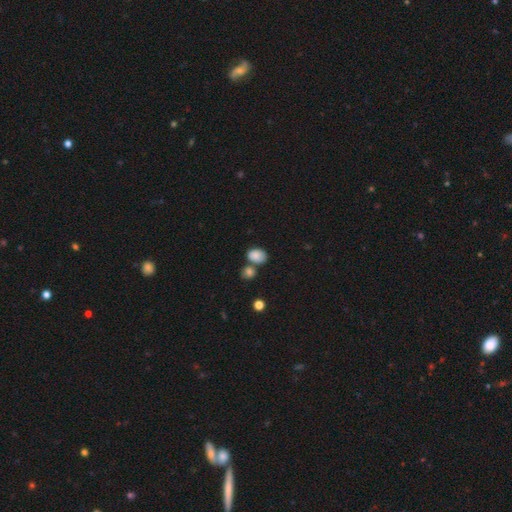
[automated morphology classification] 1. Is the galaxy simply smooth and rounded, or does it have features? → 84% smooth, 9% star or artifact, 7% featured or disk.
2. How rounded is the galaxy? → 76% in between, 23% round, 1% cigar-shaped.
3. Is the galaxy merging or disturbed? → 53% none, 29% merger, 14% minor disturbance, 4% major disturbance.